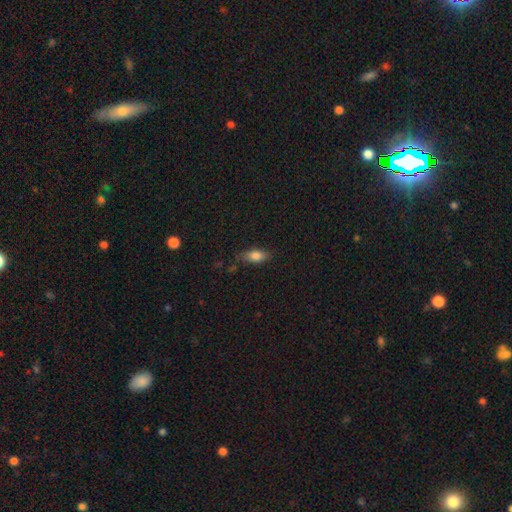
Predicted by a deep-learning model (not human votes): Morphology: type=smooth (79%); roundness=in between (79%); merging=none (73%).